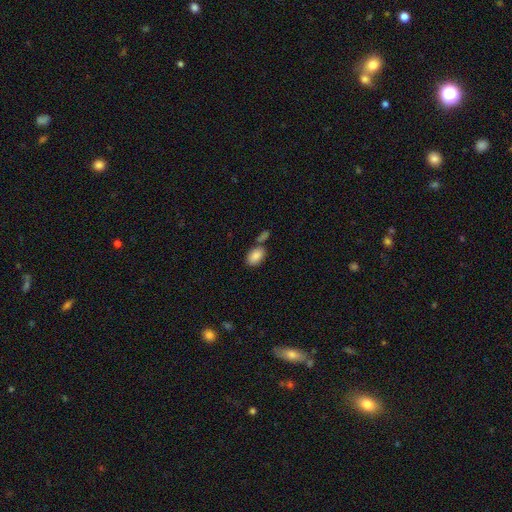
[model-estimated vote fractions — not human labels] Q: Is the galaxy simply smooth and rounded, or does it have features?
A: smooth — 86%.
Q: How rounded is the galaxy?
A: in between — 91%.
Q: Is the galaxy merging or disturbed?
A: none — 62%.